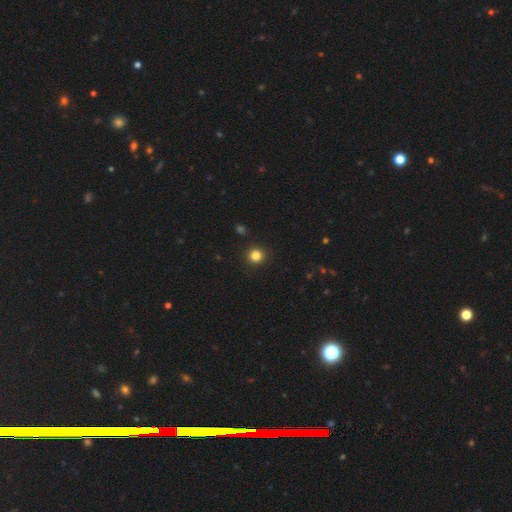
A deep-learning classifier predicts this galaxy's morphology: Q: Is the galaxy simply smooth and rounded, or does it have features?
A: smooth — 83%.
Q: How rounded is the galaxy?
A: round — 94%.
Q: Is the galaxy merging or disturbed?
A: none — 93%.